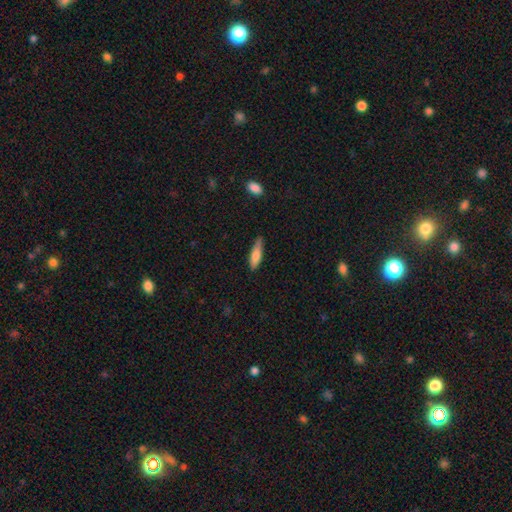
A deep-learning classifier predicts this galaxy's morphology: A smooth galaxy with no disk features (73%) that is cigar-shaped (69%).

Vote fractions:
- Smooth or featured? smooth: 73% / featured or disk: 21% / star or artifact: 6%
- How rounded? cigar-shaped: 69% / in between: 29% / round: 2%
- Merging? none: 77% / minor disturbance: 18% / major disturbance: 3% / merger: 1%